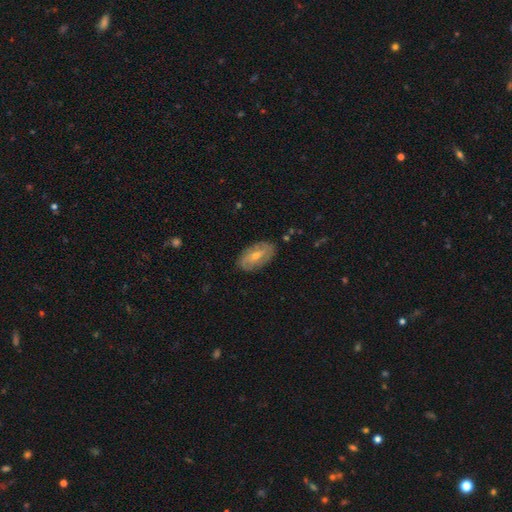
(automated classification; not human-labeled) The model was most divided on "bulge size" (2-way tie): small: 48%, moderate: 48%, large: 1%, none: 1%, dominant: 1%; "bar" (2-way tie): no: 42%, weak: 42%, strong: 16%. More confident: edge-on disk — no (90%); merging — none (82%); spiral arms — yes (68%); smooth or featured — featured or disk (61%).